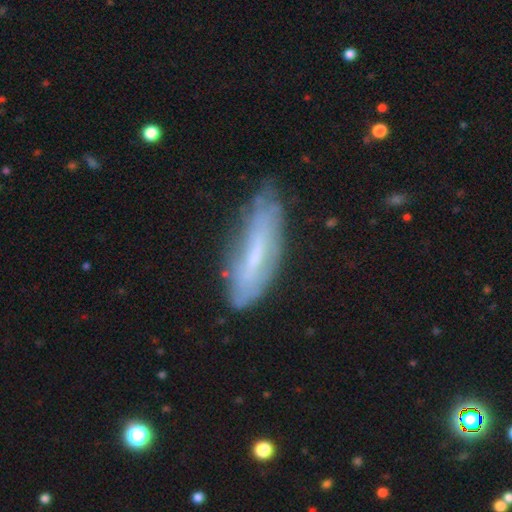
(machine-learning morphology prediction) smooth_or_featured: featured or disk (p=0.48) [alt: smooth p=0.43]
merging: none (p=0.66) [alt: minor disturbance p=0.25]